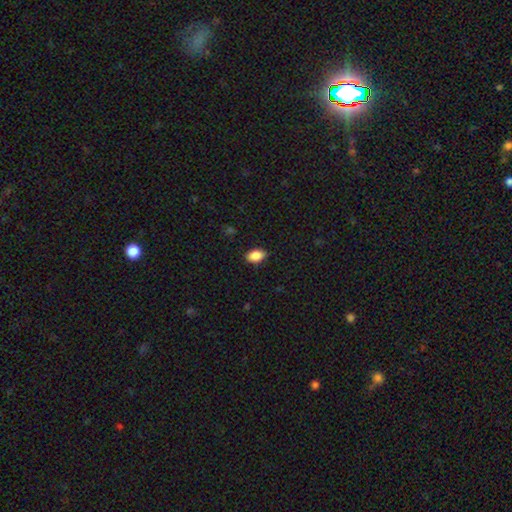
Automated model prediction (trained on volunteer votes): Q: Smooth or featured?
A: smooth (88%); runner-up: star or artifact (8%)
Q: How rounded?
A: in between (90%); runner-up: round (9%)
Q: Merging?
A: none (87%); runner-up: minor disturbance (10%)